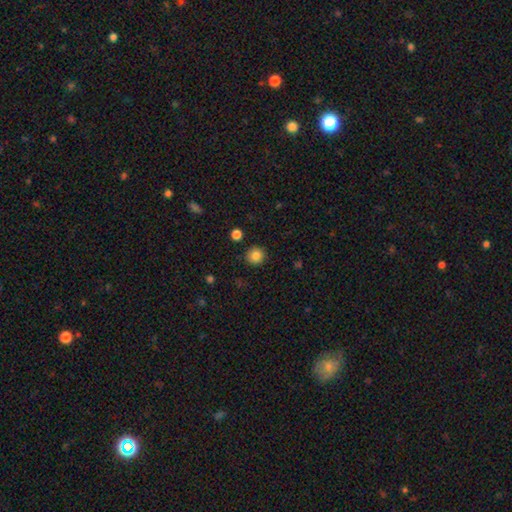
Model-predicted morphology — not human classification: A smooth galaxy with no disk features (84%) that is round (93%). Merging: none (91%).